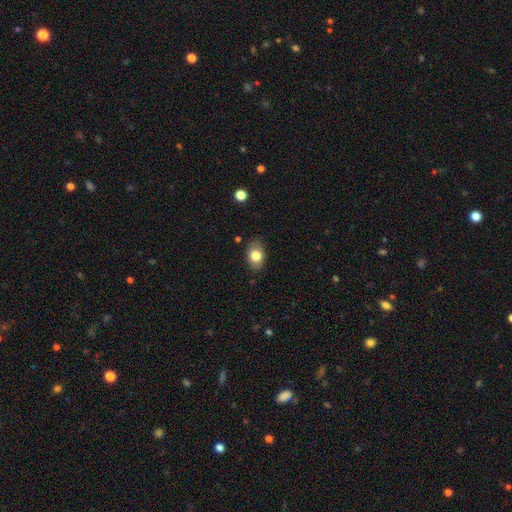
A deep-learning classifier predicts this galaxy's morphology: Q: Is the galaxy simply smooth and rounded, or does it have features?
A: smooth — 79%.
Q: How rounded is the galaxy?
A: in between — 79%.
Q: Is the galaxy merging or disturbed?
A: none — 83%.